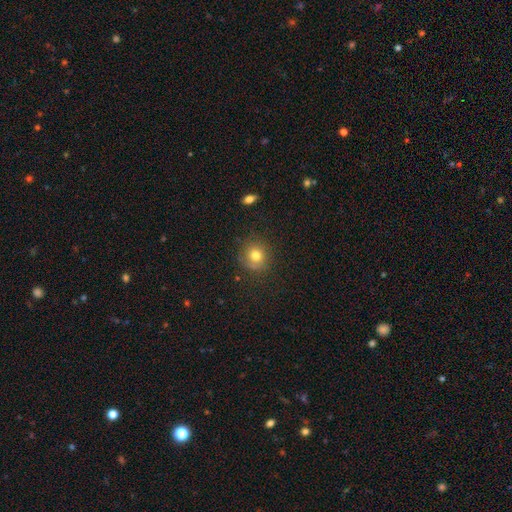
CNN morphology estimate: The model was most divided on "smooth or featured": smooth: 74%, star or artifact: 13%, featured or disk: 13%. More confident: how rounded — round (87%); merging — none (78%).